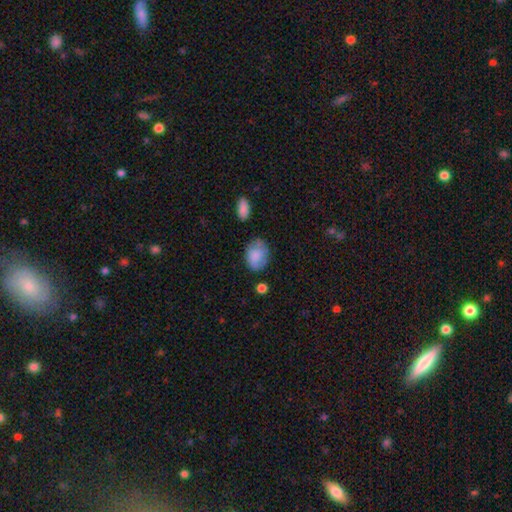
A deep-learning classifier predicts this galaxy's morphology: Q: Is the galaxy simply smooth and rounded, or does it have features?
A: smooth — 80%.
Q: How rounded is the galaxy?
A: in between — 64%.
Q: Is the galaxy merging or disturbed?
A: none — 65%.